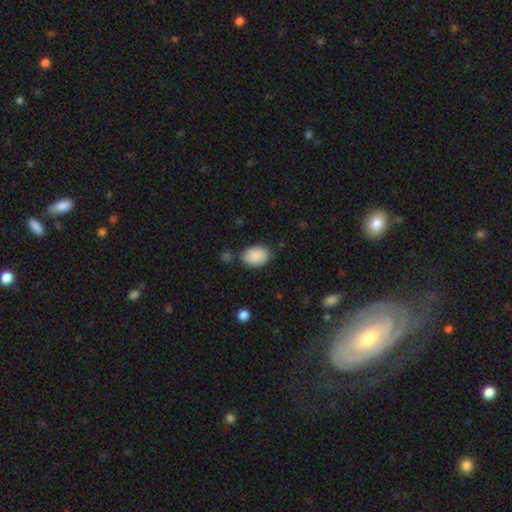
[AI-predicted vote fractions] smooth 89%, star or artifact 7%, featured or disk 5%. Down the decision tree: how rounded — in between (81%); merging — none (76%).